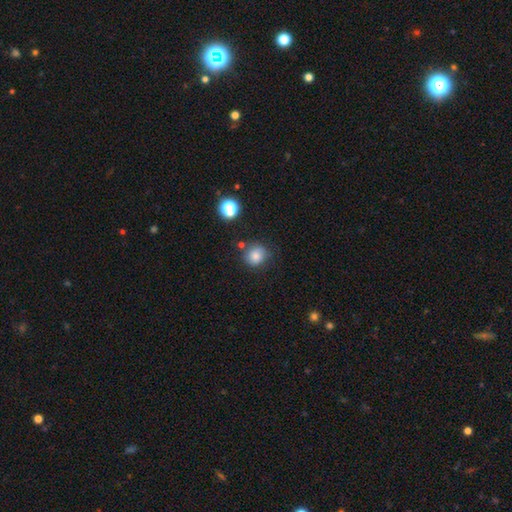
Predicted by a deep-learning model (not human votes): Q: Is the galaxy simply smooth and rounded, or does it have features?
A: smooth — 82%.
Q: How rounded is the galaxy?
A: round — 83%.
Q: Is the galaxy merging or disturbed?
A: none — 75%.